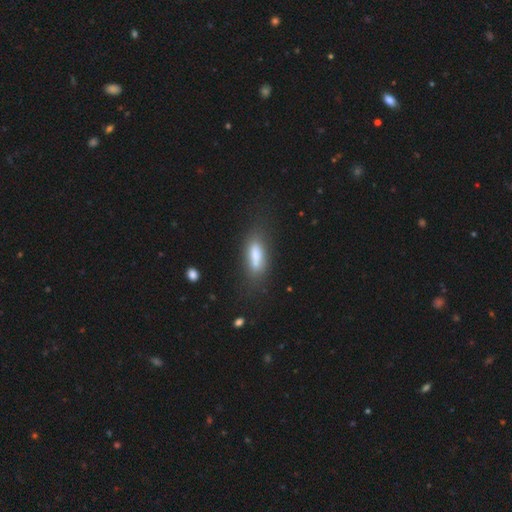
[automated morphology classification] The model was most divided on "how rounded": in between: 64%, cigar-shaped: 33%, round: 3%. More confident: smooth or featured — smooth (69%); merging — none (57%).